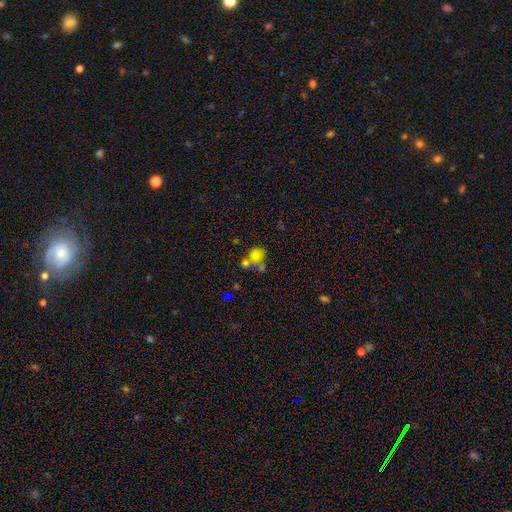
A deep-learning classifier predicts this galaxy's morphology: type=smooth (69%); roundness=round (75%); merging=merger (45%).